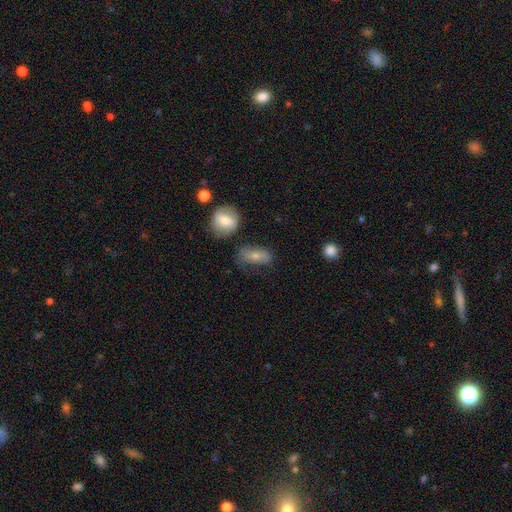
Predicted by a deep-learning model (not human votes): A smooth galaxy with no disk features (69%) that is in between round and cigar-shaped (84%). Merging: none (53%).